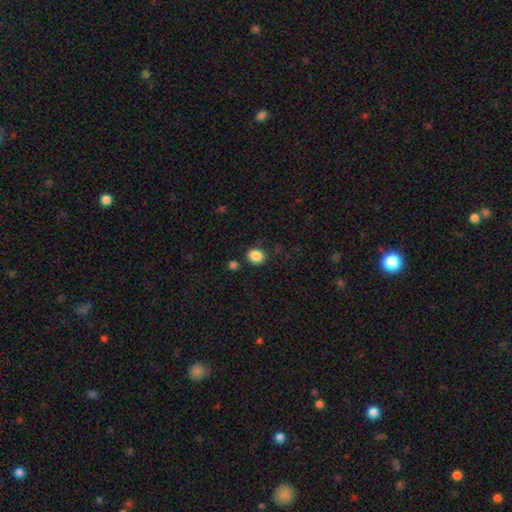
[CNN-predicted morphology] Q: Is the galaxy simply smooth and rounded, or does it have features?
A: smooth — 87%.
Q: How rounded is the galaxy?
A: round — 60%.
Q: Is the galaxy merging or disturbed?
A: none — 83%.